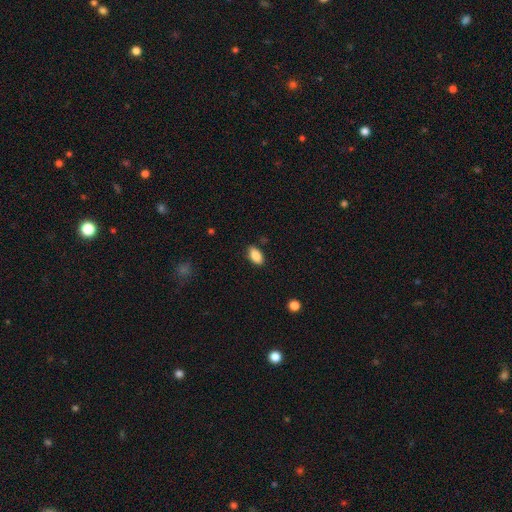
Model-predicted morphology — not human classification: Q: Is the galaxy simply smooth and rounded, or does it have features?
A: smooth — 87%.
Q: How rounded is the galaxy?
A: in between — 91%.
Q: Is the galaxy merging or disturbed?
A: none — 86%.